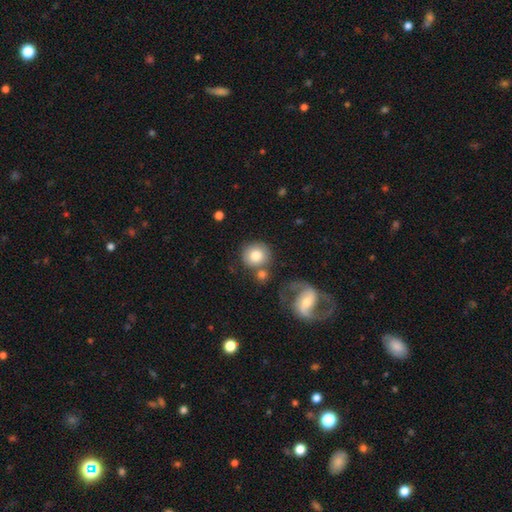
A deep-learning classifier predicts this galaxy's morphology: Overall: smooth (78%). How rounded: round (89%). Merging: none (61%).